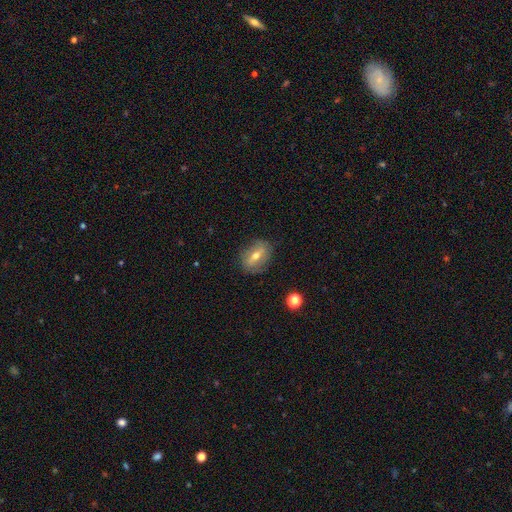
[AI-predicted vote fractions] featured or disk 46% (tied), smooth 46% (tied), star or artifact 9%. Down the decision tree: merging — none (79%).